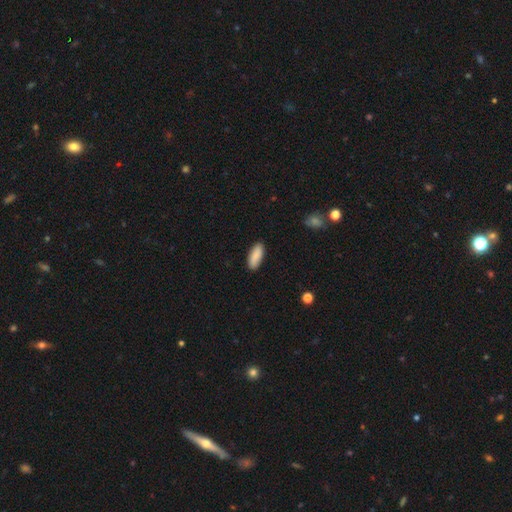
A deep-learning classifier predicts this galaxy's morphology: A smooth galaxy with no disk features (89%) that is in between round and cigar-shaped (73%). Merging: none (88%).